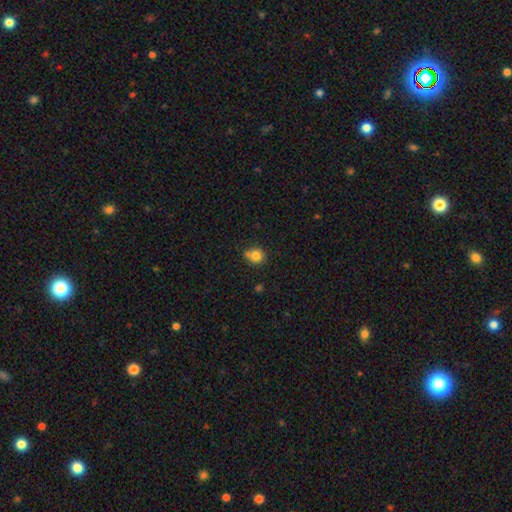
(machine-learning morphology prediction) Smooth or featured? smooth (81%)
How rounded? round (83%)
Merging? none (63%)